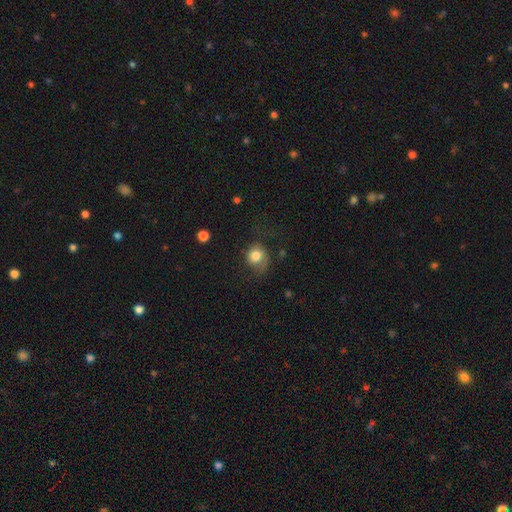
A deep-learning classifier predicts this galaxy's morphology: Smooth or featured?
  - smooth: 79% *
  - featured or disk: 12%
  - star or artifact: 9%
How rounded?
  - round: 72% *
  - in between: 27%
  - cigar-shaped: 1%
Merging?
  - none: 51% *
  - minor disturbance: 26%
  - major disturbance: 21%
  - merger: 2%